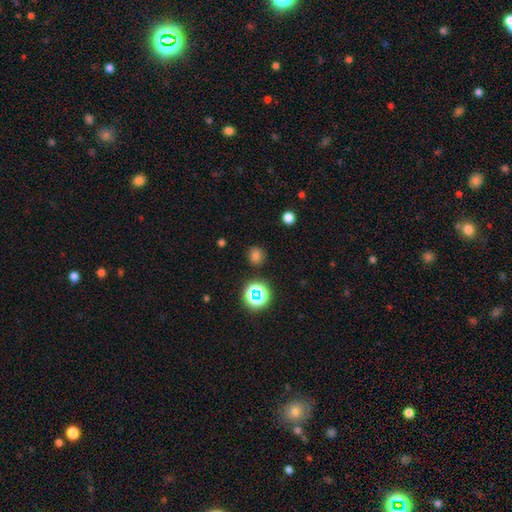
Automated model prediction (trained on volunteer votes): Q: Smooth or featured?
A: smooth (69%); runner-up: star or artifact (25%)
Q: How rounded?
A: round (85%); runner-up: in between (14%)
Q: Merging?
A: none (86%); runner-up: minor disturbance (9%)